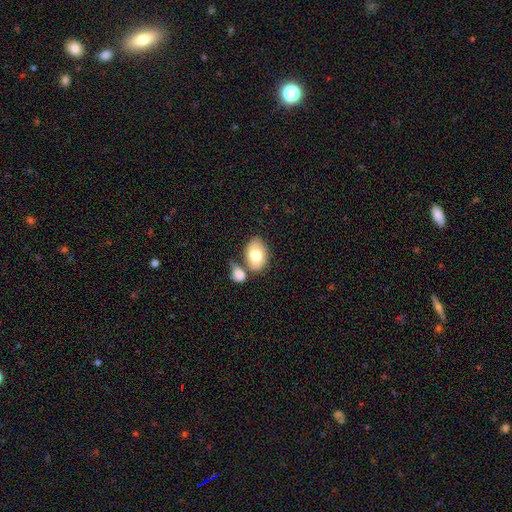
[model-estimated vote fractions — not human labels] Smooth or featured? smooth (75%)
How rounded? in between (81%)
Merging? none (51%)